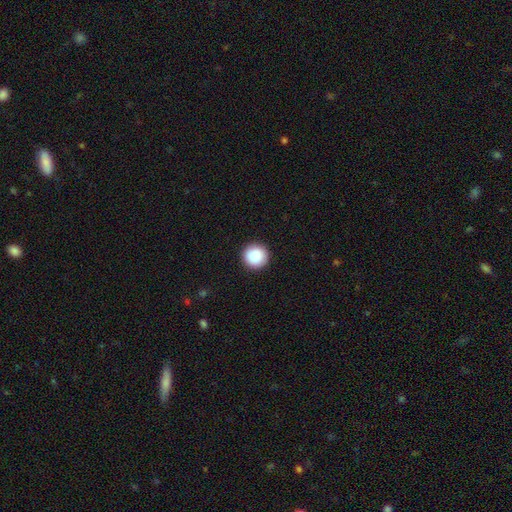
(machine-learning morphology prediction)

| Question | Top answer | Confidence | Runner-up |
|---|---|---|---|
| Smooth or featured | smooth | 88% | star or artifact (8%) |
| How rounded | round | 96% | in between (3%) |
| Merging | none | 93% | minor disturbance (5%) |